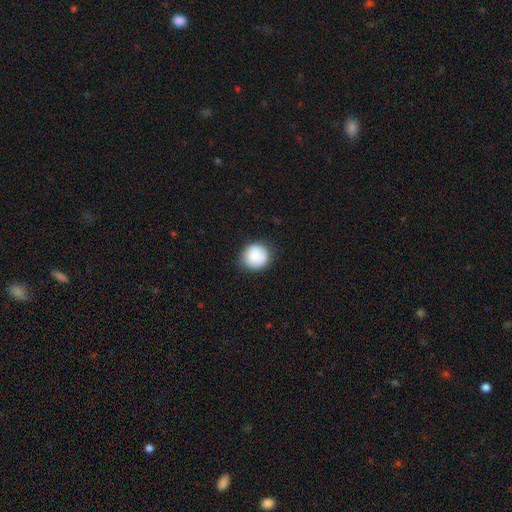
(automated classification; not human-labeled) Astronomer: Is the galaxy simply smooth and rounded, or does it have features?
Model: smooth — 82%.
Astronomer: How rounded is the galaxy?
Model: round — 87%.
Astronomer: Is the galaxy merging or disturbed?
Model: none — 80%.